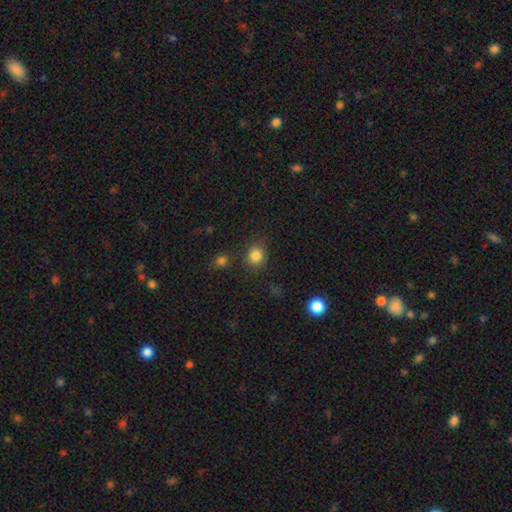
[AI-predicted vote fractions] Smooth or featured: smooth — 83% (star or artifact — 12%)
How rounded: round — 74% (in between — 25%)
Merging: none — 79% (minor disturbance — 12%)